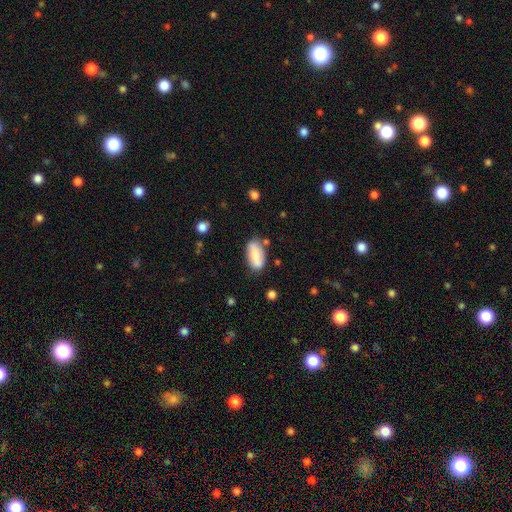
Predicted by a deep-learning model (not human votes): A smooth galaxy with no disk features (77%) that is in between round and cigar-shaped (88%).

Vote fractions:
- Smooth or featured? smooth: 77% / featured or disk: 16% / star or artifact: 7%
- How rounded? in between: 88% / cigar-shaped: 9% / round: 3%
- Merging? none: 71% / minor disturbance: 19% / merger: 5% / major disturbance: 4%